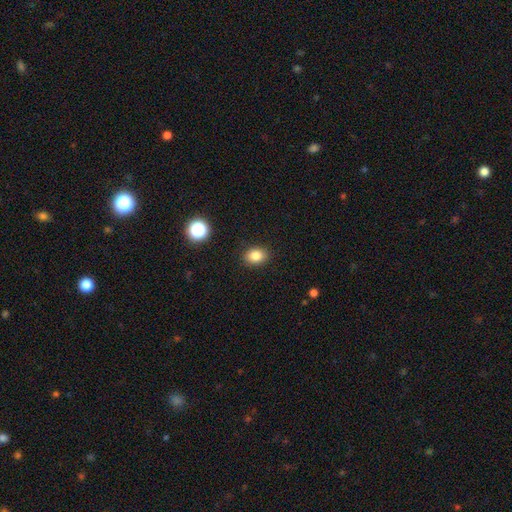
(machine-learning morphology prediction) This appears to be a smooth galaxy with no disk features (83%) that is in between round and cigar-shaped (63%). Merging: none (89%).